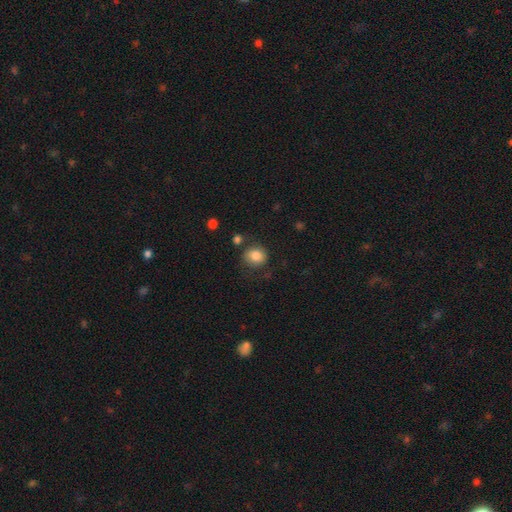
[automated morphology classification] The model was most divided on "how rounded": round: 78%, in between: 21%, cigar-shaped: 1%. More confident: smooth or featured — smooth (82%); merging — none (76%).